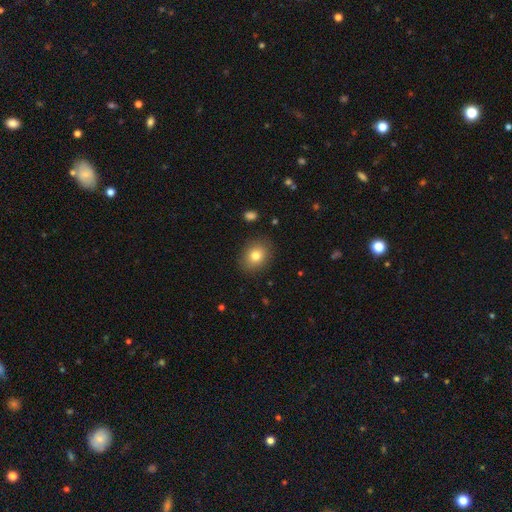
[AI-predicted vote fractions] The model was most divided on "how rounded": round: 55%, in between: 44%, cigar-shaped: 1%. More confident: merging — none (88%); smooth or featured — smooth (79%).